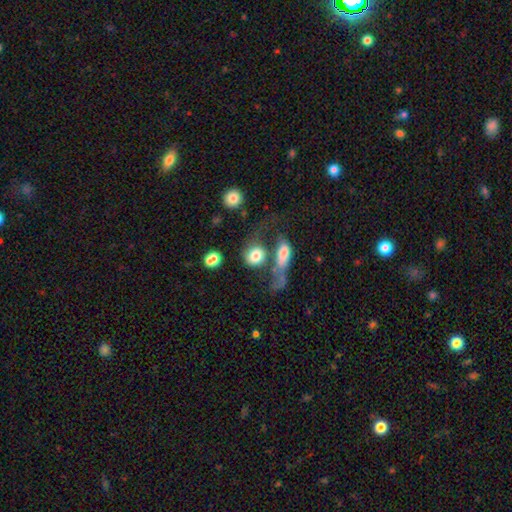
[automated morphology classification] smooth_or_featured: smooth (p=0.76) [alt: featured or disk p=0.16]
how_rounded: round (p=0.67) [alt: in between p=0.30]
merging: merger (p=0.39) [alt: none p=0.26]